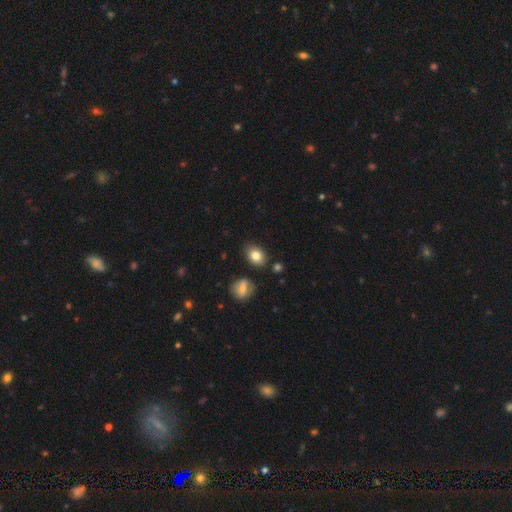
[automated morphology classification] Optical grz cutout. It shows a smooth galaxy with no disk features (81%) that is in between round and cigar-shaped (67%). Merging: none (80%).